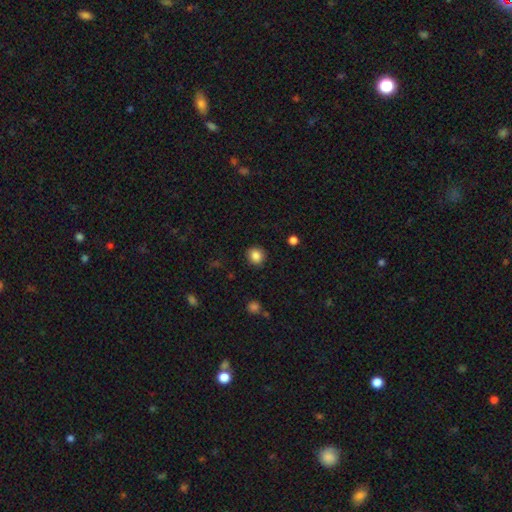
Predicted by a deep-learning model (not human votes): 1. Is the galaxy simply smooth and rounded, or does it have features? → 87% smooth, 10% star or artifact, 4% featured or disk.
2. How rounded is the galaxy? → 83% round, 16% in between, 1% cigar-shaped.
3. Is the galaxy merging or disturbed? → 89% none, 7% minor disturbance, 2% major disturbance, 1% merger.